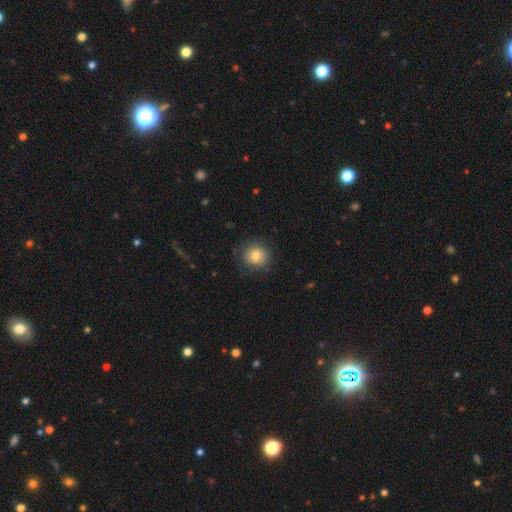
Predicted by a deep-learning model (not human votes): smooth-or-featured: smooth: 79% | featured or disk: 11% | star or artifact: 10%
  how-rounded: round: 89% | in between: 10% | cigar-shaped: 1%
  merging: none: 84% | minor disturbance: 11% | major disturbance: 4% | merger: 1%